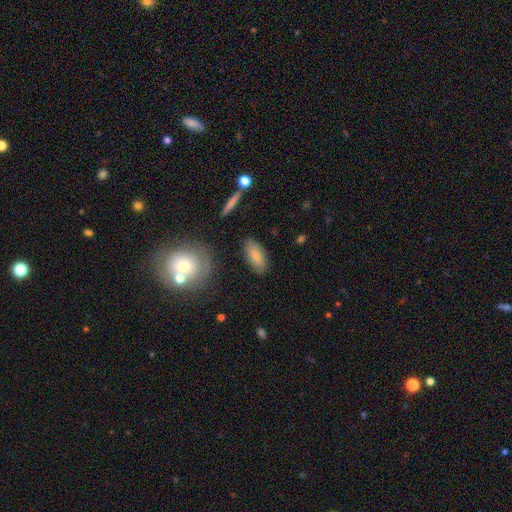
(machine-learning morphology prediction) Overall: smooth (83%). How rounded: in between (88%). Merging: none (84%).